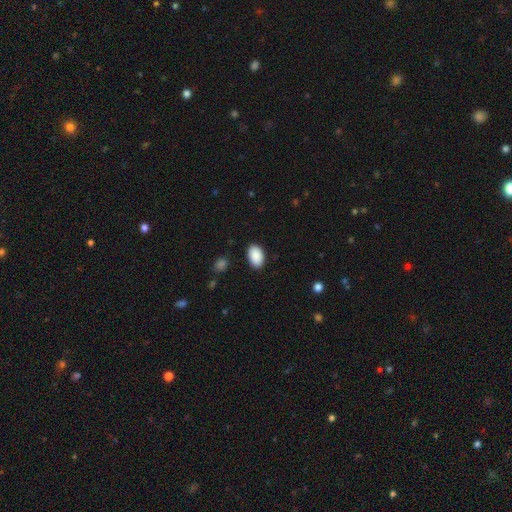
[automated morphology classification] Smooth or featured: smooth — 91% (star or artifact — 6%)
How rounded: in between — 92% (round — 7%)
Merging: none — 89% (minor disturbance — 8%)